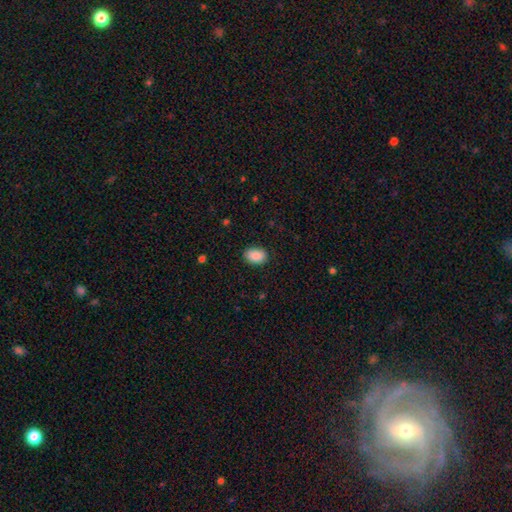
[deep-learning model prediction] Smooth or featured?
  - smooth: 90% *
  - star or artifact: 7%
  - featured or disk: 3%
How rounded?
  - in between: 87% *
  - round: 12%
  - cigar-shaped: 1%
Merging?
  - none: 88% *
  - minor disturbance: 9%
  - major disturbance: 2%
  - merger: 1%